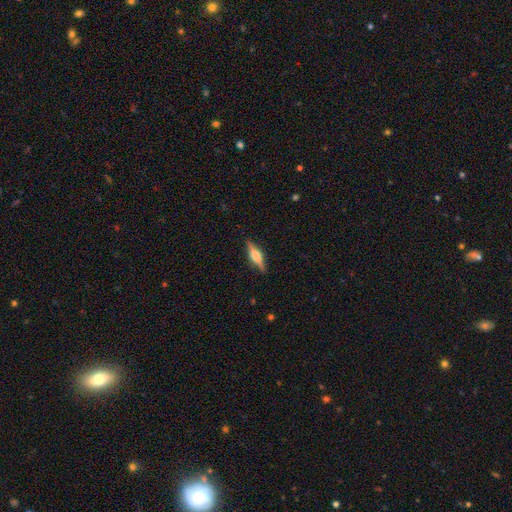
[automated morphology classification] smooth-or-featured: featured or disk: 70% | smooth: 23% | star or artifact: 6%
  disk-edge-on: yes: 97% | no: 3%
    edge-on-bulge: rounded: 87% | boxy: 11% | none: 2%
  merging: none: 88% | minor disturbance: 9% | major disturbance: 2% | merger: 1%